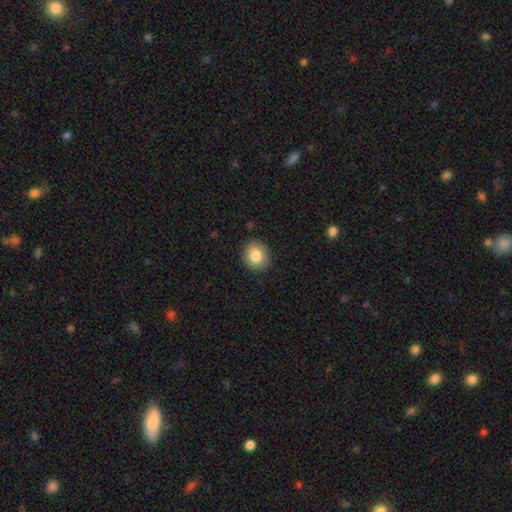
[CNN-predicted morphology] This appears to be a smooth galaxy with no disk features (83%) that is round (72%). Merging: none (89%).